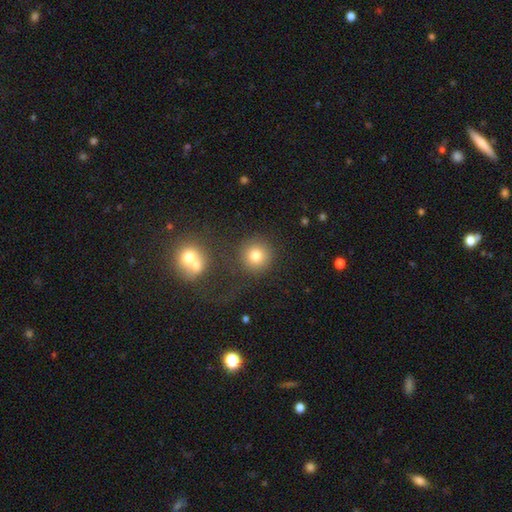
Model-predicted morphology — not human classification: type=smooth (79%); roundness=round (93%); merging=none (78%).